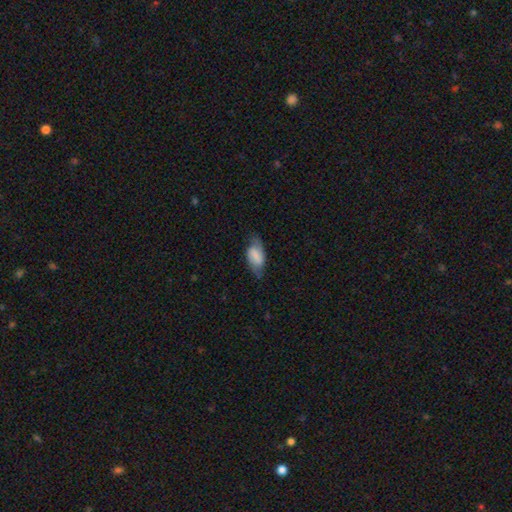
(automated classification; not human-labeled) Overall: smooth (48%; featured or disk 44%). Merging: none (64%; minor disturbance 24%).